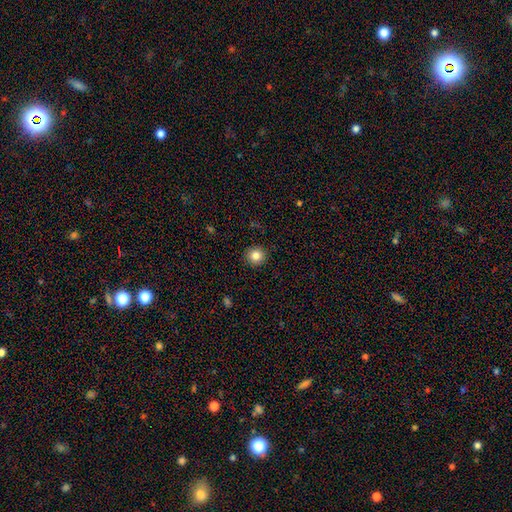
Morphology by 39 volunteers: This is clearly a smooth galaxy (90%). How rounded: clearly round (97%). Merging: clearly none (89%).